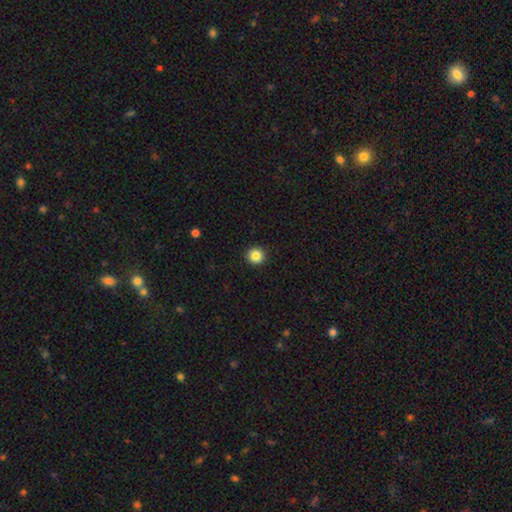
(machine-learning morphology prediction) type=smooth (85%); roundness=round (94%); merging=none (93%).